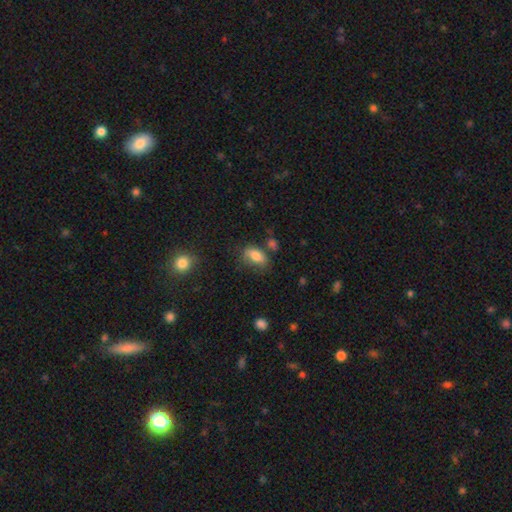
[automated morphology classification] Overall: smooth (80%). How rounded: in between (89%). Merging: none (59%; minor disturbance 25%).